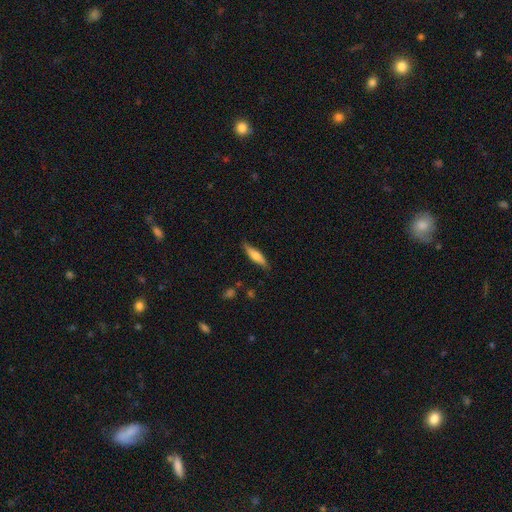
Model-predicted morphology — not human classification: Smooth or featured?
  - smooth: 67% *
  - featured or disk: 27%
  - star or artifact: 6%
How rounded?
  - cigar-shaped: 74% *
  - in between: 25%
  - round: 2%
Merging?
  - none: 83% *
  - minor disturbance: 14%
  - major disturbance: 2%
  - merger: 1%